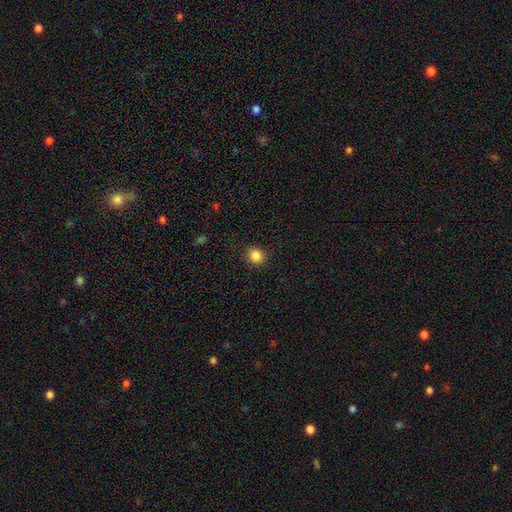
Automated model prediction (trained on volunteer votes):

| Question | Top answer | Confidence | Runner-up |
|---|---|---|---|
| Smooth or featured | smooth | 86% | star or artifact (11%) |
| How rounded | round | 85% | in between (14%) |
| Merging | none | 90% | minor disturbance (7%) |